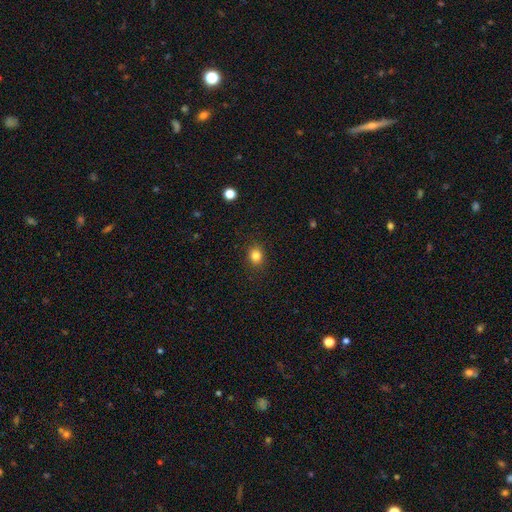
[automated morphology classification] Smooth or featured?
  - smooth: 83% *
  - star or artifact: 12%
  - featured or disk: 5%
How rounded?
  - round: 66% *
  - in between: 33%
  - cigar-shaped: 1%
Merging?
  - none: 88% *
  - minor disturbance: 8%
  - major disturbance: 2%
  - merger: 1%